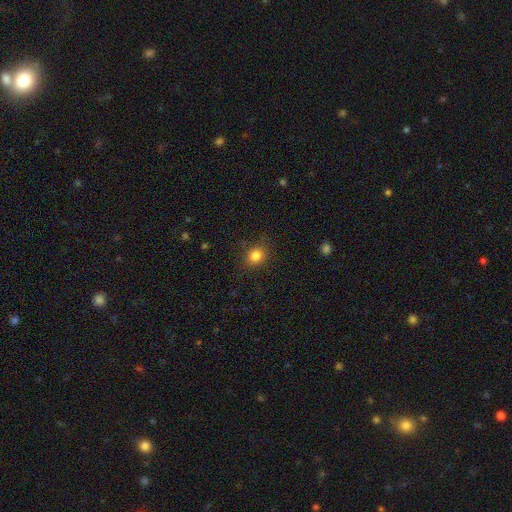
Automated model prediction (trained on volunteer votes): Q: Smooth or featured?
A: smooth (83%); runner-up: star or artifact (12%)
Q: How rounded?
A: round (72%); runner-up: in between (27%)
Q: Merging?
A: none (87%); runner-up: minor disturbance (9%)